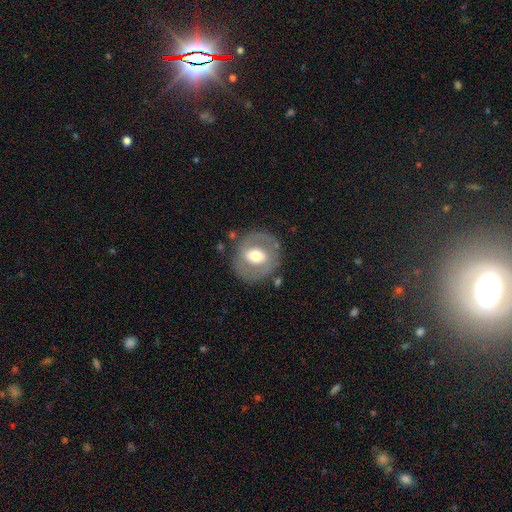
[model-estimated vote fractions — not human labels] Smooth or featured? featured or disk (54%)
Edge-on disk? no (95%)
Bar? no (41%)
Spiral arms? no (65%)
Bulge size? moderate (62%)
Merging? none (78%)